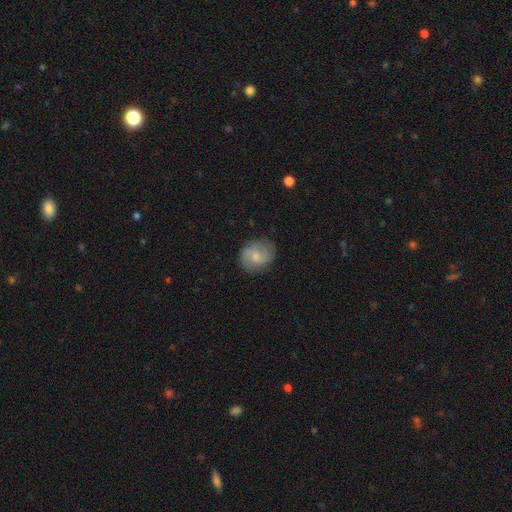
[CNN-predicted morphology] Smooth or featured? featured or disk (50%)
Merging? none (78%)